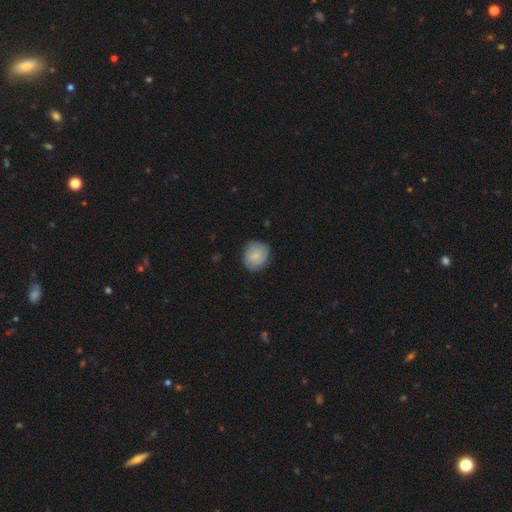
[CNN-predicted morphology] Smooth or featured: smooth — 65% (featured or disk — 28%)
How rounded: round — 76% (in between — 23%)
Merging: none — 80% (minor disturbance — 15%)